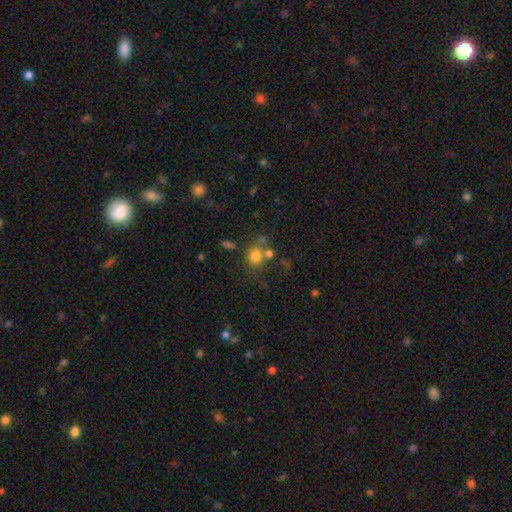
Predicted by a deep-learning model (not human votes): This is likely a smooth galaxy (76%). How rounded: likely round (77%). Merging: possibly none (56%).